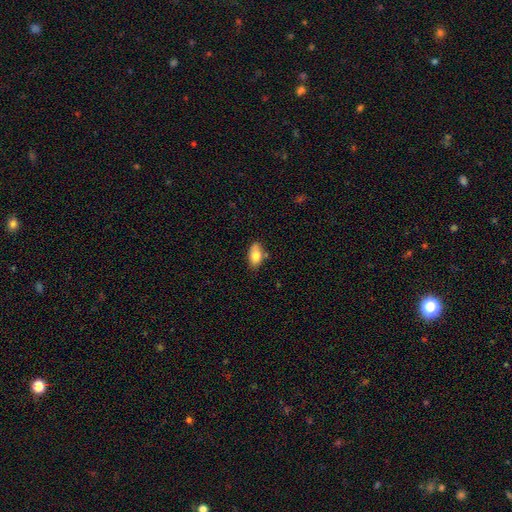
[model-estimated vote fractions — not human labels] The model was most divided on "merging": none: 66%, minor disturbance: 23%, merger: 7%, major disturbance: 4%. More confident: how rounded — in between (91%); smooth or featured — smooth (79%).